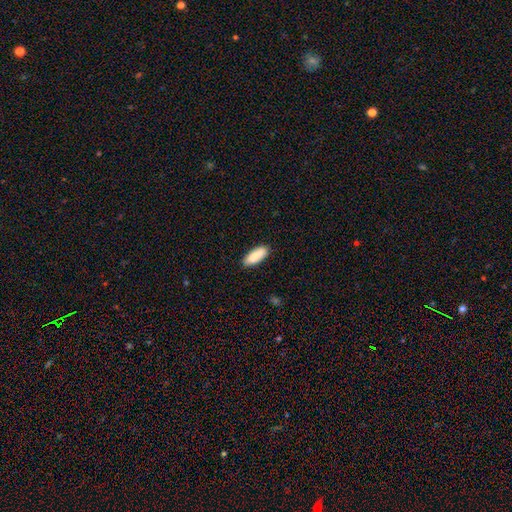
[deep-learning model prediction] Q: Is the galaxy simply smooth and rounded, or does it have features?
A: smooth — 89%.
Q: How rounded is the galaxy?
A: in between — 70%.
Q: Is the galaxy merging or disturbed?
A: none — 88%.